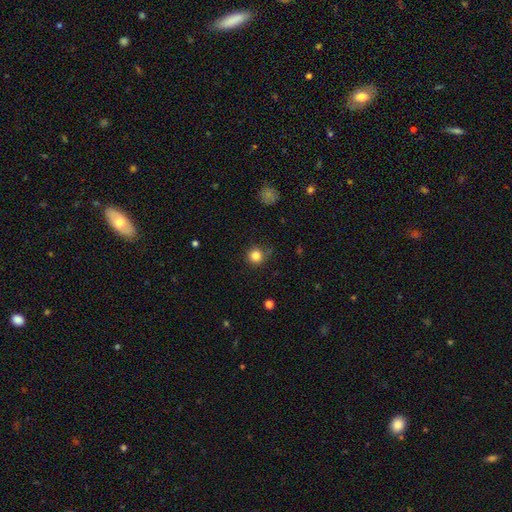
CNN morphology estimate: Overall: smooth (83%). How rounded: round (94%). Merging: none (84%).